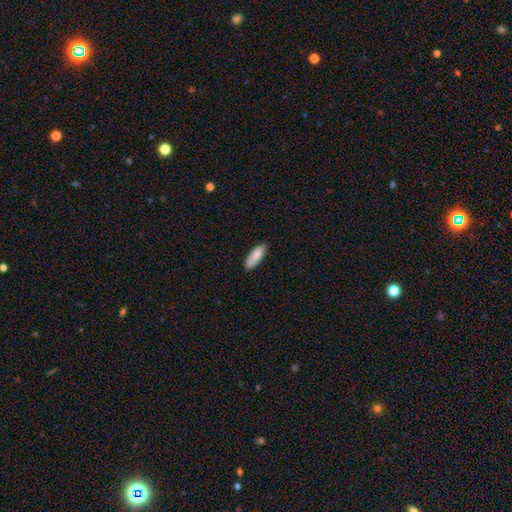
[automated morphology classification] The model was most divided on "how rounded": in between: 61%, cigar-shaped: 37%, round: 2%. More confident: smooth or featured — smooth (86%); merging — none (86%).